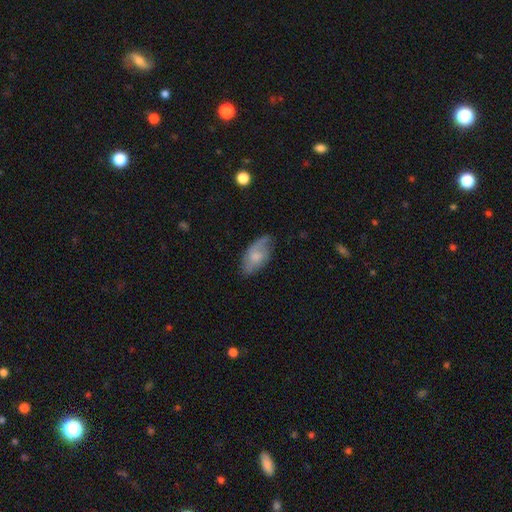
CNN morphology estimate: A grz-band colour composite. It shows a smooth galaxy with no disk features (54%) that is in between round and cigar-shaped (92%). Merging: none (60%).